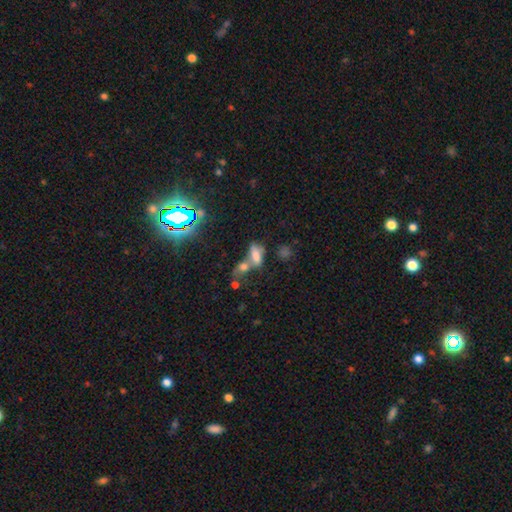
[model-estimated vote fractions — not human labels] Overall: smooth (64%). How rounded: in between (80%). Merging: merger (61%; none 22%).